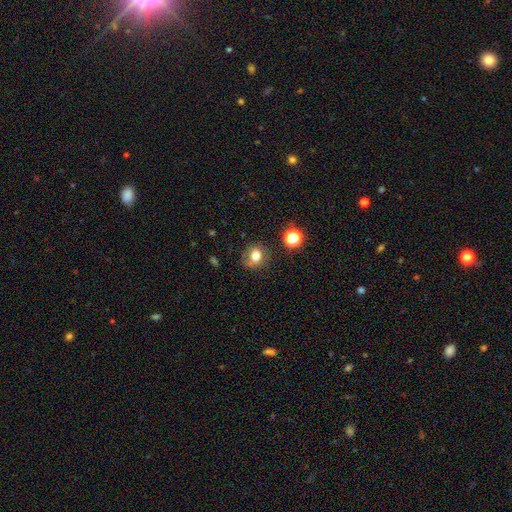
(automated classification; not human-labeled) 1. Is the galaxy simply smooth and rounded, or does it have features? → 74% smooth, 13% featured or disk, 13% star or artifact.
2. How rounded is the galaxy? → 61% round, 38% in between, 1% cigar-shaped.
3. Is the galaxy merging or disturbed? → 72% none, 18% minor disturbance, 7% major disturbance, 3% merger.